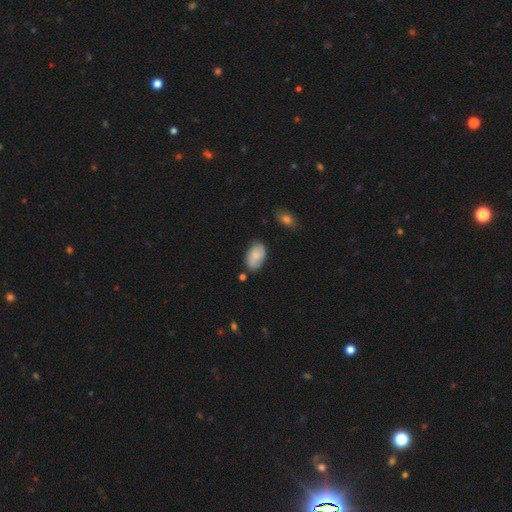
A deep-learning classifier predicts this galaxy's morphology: smooth-or-featured: smooth: 70% | featured or disk: 24% | star or artifact: 7%
  how-rounded: in between: 92% | round: 6% | cigar-shaped: 2%
  merging: none: 73% | minor disturbance: 19% | major disturbance: 4% | merger: 4%